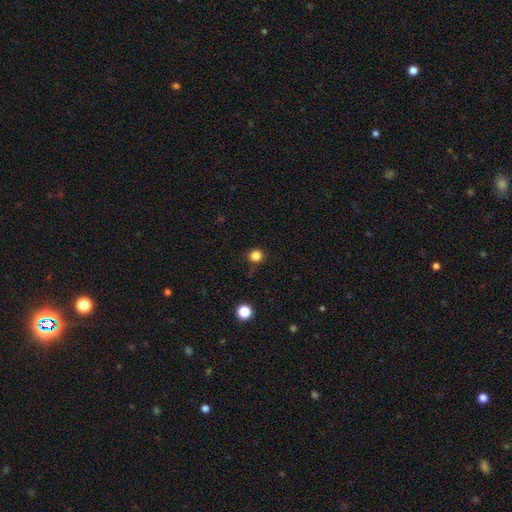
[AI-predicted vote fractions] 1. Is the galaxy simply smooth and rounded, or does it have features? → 82% smooth, 14% star or artifact, 4% featured or disk.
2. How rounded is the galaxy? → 90% round, 9% in between, 1% cigar-shaped.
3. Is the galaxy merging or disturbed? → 81% none, 13% minor disturbance, 4% major disturbance, 3% merger.